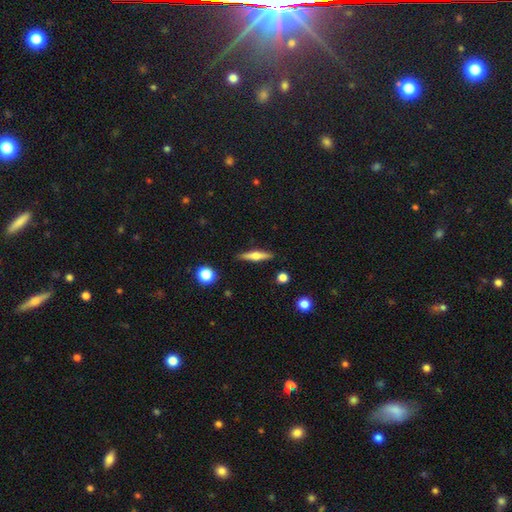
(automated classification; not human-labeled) A featured or disk galaxy (47%). Merging: none (88%).